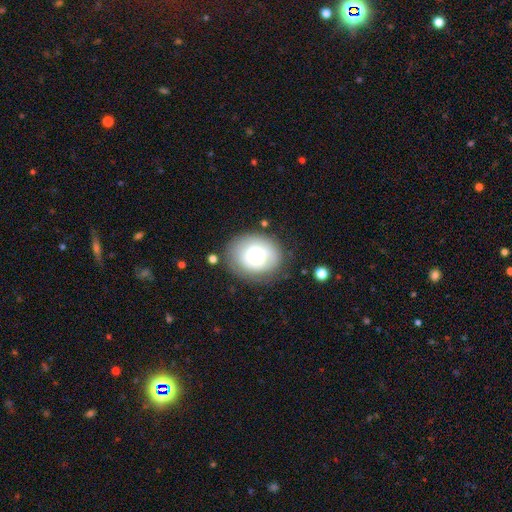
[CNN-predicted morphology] smooth_or_featured: smooth (p=0.61) [alt: featured or disk p=0.31]
how_rounded: round (p=0.56) [alt: in between p=0.43]
merging: none (p=0.73) [alt: minor disturbance p=0.17]